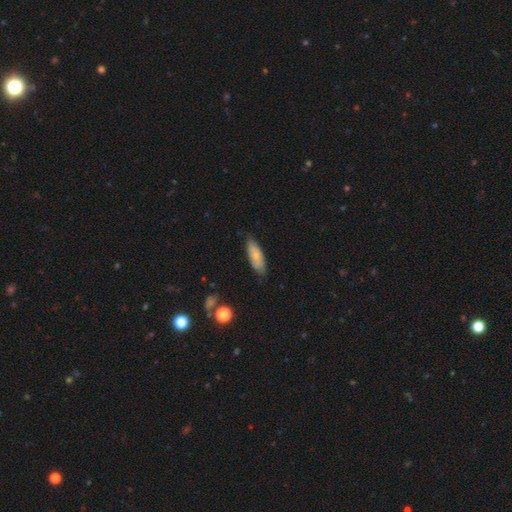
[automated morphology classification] Q: Smooth or featured?
A: smooth (72%); runner-up: featured or disk (22%)
Q: How rounded?
A: in between (68%); runner-up: cigar-shaped (29%)
Q: Merging?
A: none (76%); runner-up: minor disturbance (19%)